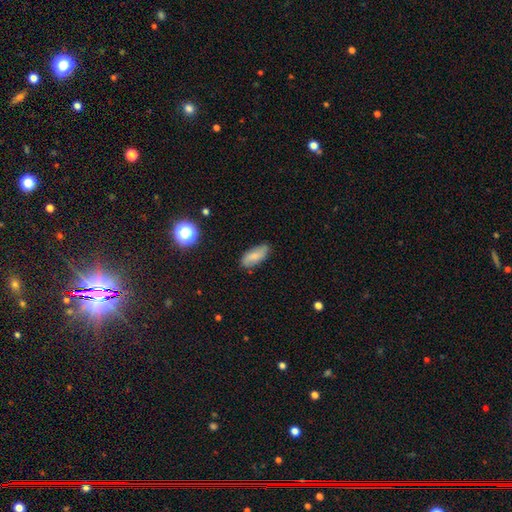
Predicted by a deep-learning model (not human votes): Smooth or featured: smooth — 74% (featured or disk — 18%)
How rounded: in between — 83% (cigar-shaped — 14%)
Merging: none — 77% (minor disturbance — 18%)